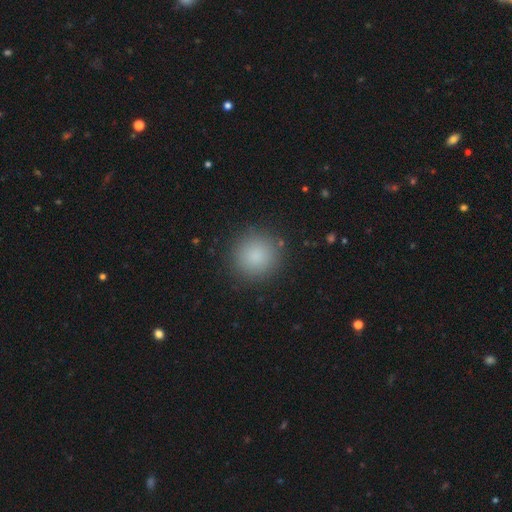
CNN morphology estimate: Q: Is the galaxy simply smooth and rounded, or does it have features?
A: smooth — 85%.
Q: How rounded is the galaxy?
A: round — 94%.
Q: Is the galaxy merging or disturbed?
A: none — 89%.